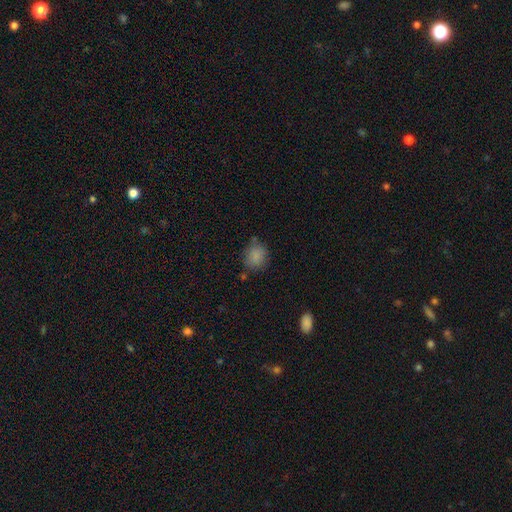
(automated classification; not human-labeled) Smooth or featured?
  - smooth: 85% *
  - star or artifact: 10%
  - featured or disk: 5%
How rounded?
  - round: 71% *
  - in between: 28%
  - cigar-shaped: 1%
Merging?
  - none: 72% *
  - minor disturbance: 18%
  - merger: 5%
  - major disturbance: 5%